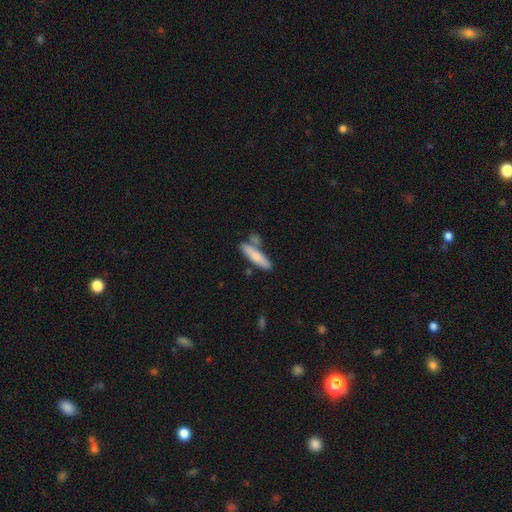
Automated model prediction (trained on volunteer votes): A smooth galaxy with no disk features (72%) that is cigar-shaped (78%). Merging: none (64%).